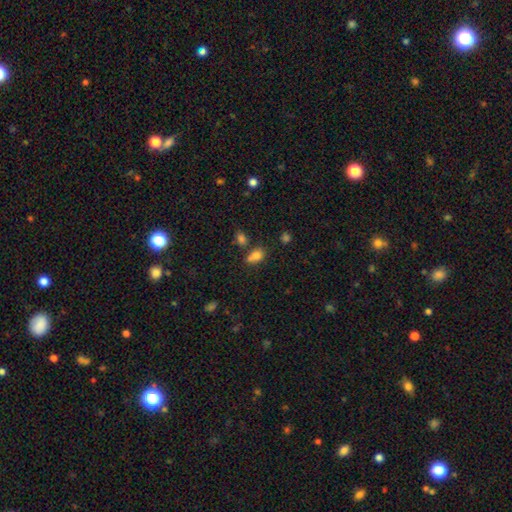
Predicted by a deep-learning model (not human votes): Smooth or featured?
  - smooth: 78% *
  - star or artifact: 13%
  - featured or disk: 10%
How rounded?
  - in between: 69% *
  - round: 29%
  - cigar-shaped: 2%
Merging?
  - none: 49% *
  - merger: 28%
  - minor disturbance: 17%
  - major disturbance: 6%